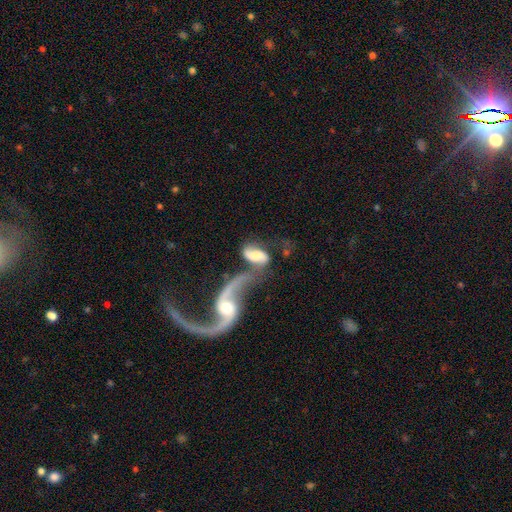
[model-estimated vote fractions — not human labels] The model was most divided on "bar": weak: 41%, no: 39%, strong: 20%. Remaining: edge-on disk — no (94%); spiral arms — yes (87%); spiral arm count — 2 (76%); spiral winding — loose (73%); smooth or featured — featured or disk (65%); merging — merger (61%); bulge size — moderate (45%).